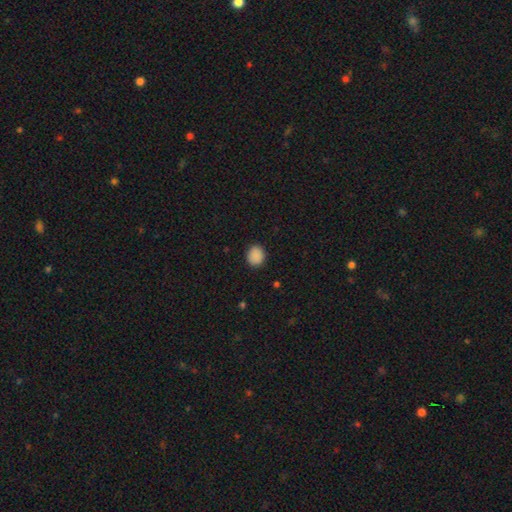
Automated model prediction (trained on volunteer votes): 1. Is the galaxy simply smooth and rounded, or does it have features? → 88% smooth, 9% star or artifact, 2% featured or disk.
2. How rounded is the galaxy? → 69% round, 30% in between, 1% cigar-shaped.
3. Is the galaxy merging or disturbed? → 89% none, 8% minor disturbance, 2% major disturbance, 1% merger.